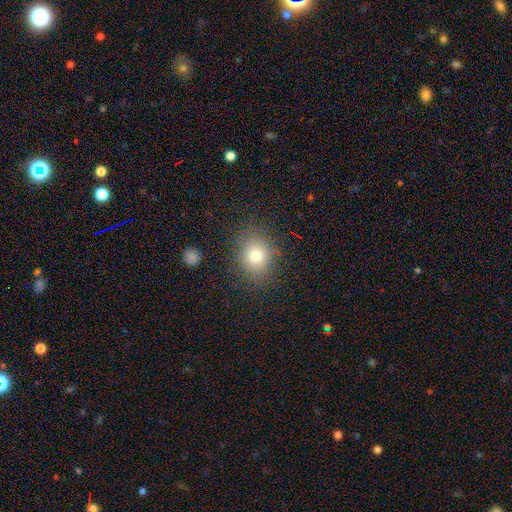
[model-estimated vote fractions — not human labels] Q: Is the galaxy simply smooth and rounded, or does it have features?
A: smooth — 76%.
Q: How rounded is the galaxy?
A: round — 61%.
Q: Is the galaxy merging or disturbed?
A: none — 83%.